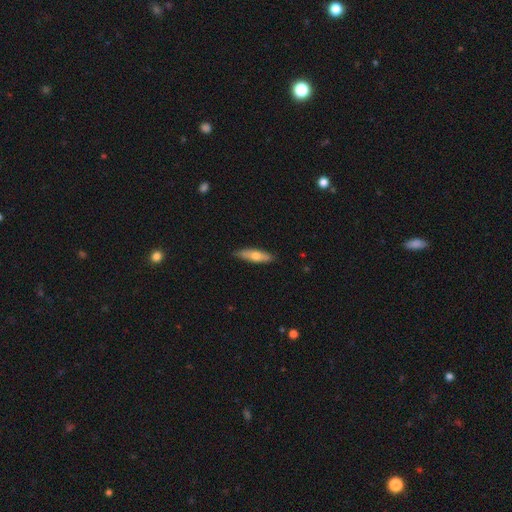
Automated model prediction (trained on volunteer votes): A smooth galaxy with no disk features (61%) that is cigar-shaped (59%). Merging: none (85%).